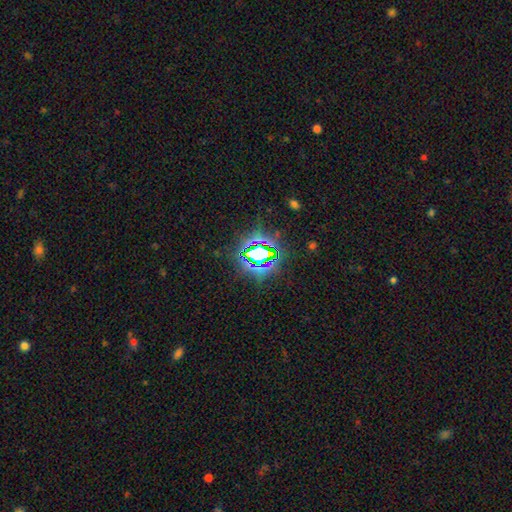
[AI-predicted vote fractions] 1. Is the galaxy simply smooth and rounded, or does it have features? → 75% star or artifact, 15% smooth, 10% featured or disk.